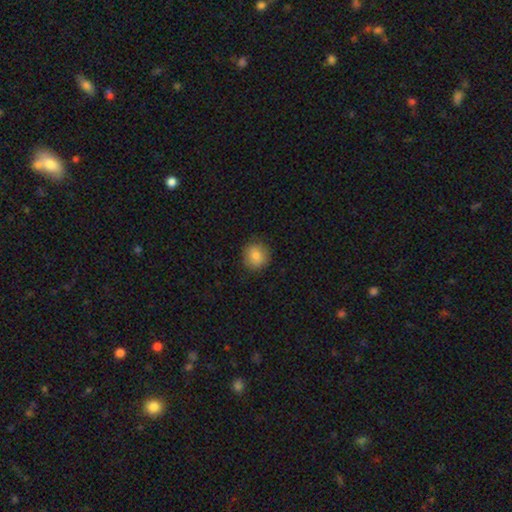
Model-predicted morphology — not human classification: Smooth or featured: smooth — 84% (star or artifact — 9%)
How rounded: round — 87% (in between — 12%)
Merging: none — 88% (minor disturbance — 9%)